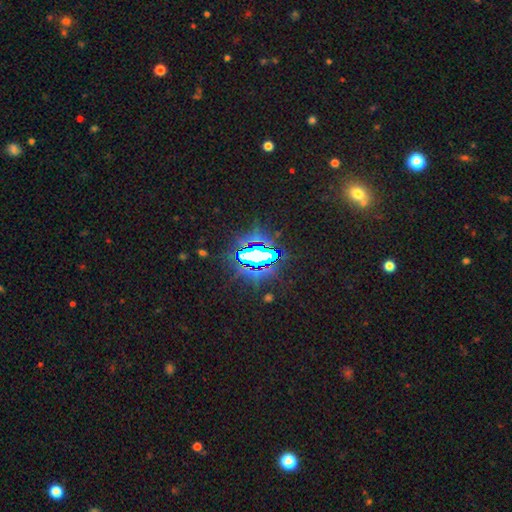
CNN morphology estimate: Smooth or featured: star or artifact — 75% (smooth — 14%)